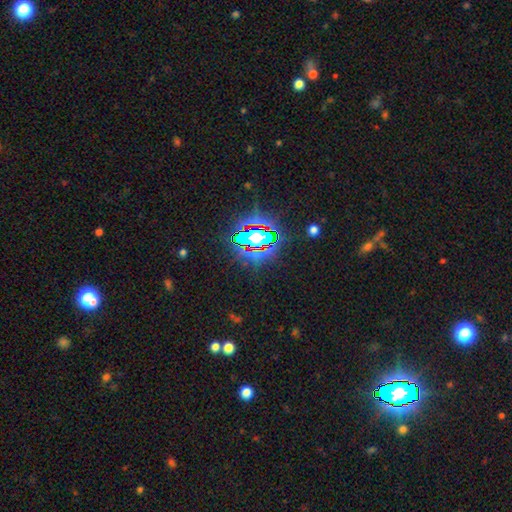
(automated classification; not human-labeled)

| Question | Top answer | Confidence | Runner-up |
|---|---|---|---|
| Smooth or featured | star or artifact | 82% | smooth (11%) |